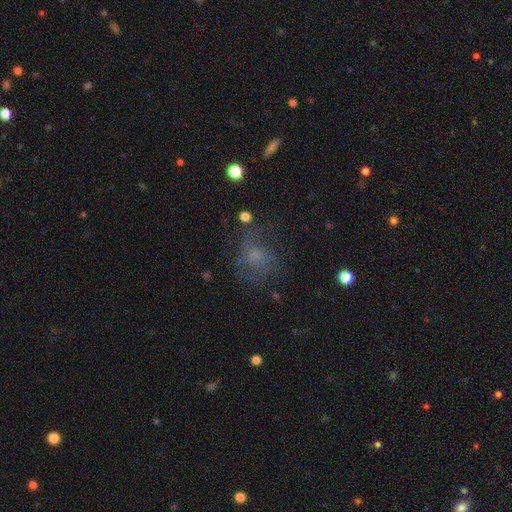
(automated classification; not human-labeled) Smooth or featured? Predicted: smooth (p=0.43). Merging? Predicted: none (p=0.53).